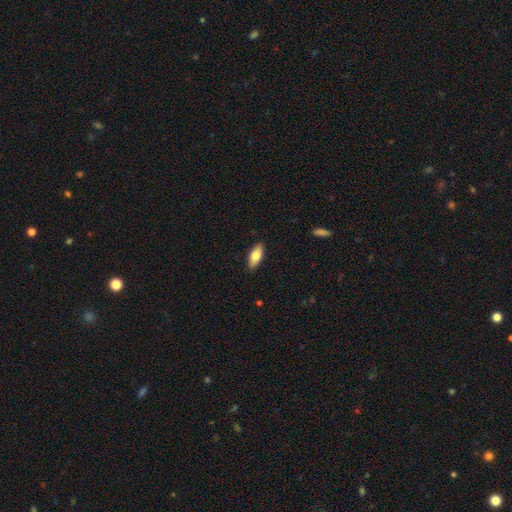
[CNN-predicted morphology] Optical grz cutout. It shows a smooth galaxy with no disk features (76%) that is in between round and cigar-shaped (80%). Merging: none (89%).